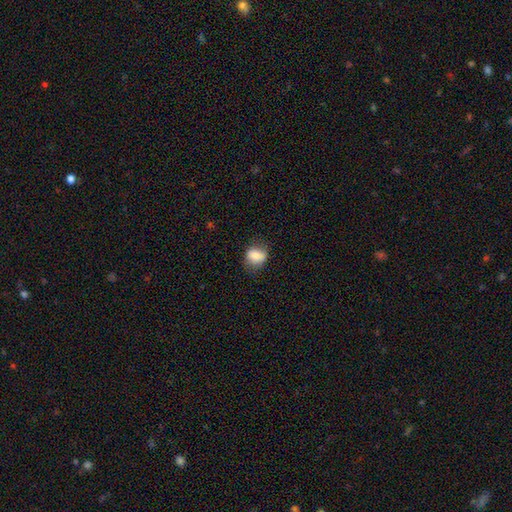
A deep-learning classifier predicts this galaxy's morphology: A smooth galaxy with no disk features (80%) that is in between round and cigar-shaped (54%). Merging: none (66%).